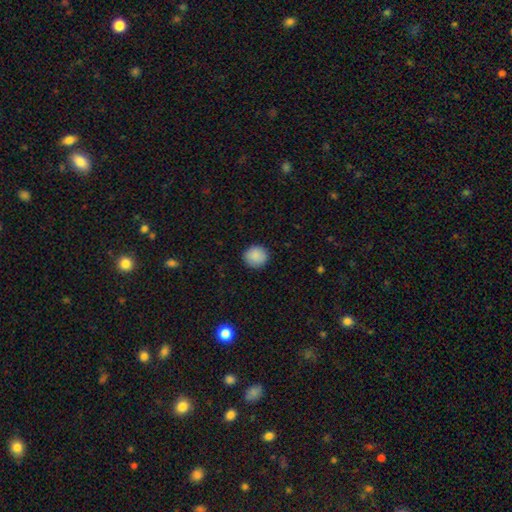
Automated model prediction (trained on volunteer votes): Q: Smooth or featured?
A: smooth (89%); runner-up: star or artifact (8%)
Q: How rounded?
A: round (92%); runner-up: in between (7%)
Q: Merging?
A: none (91%); runner-up: minor disturbance (6%)